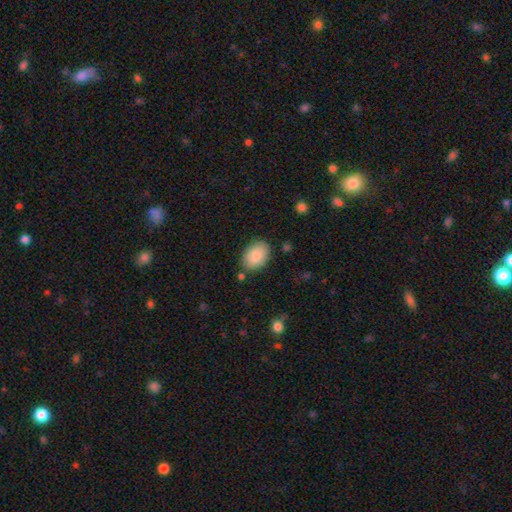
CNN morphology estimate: This appears to be a smooth galaxy with no disk features (88%) that is in between round and cigar-shaped (87%). Merging: none (83%).